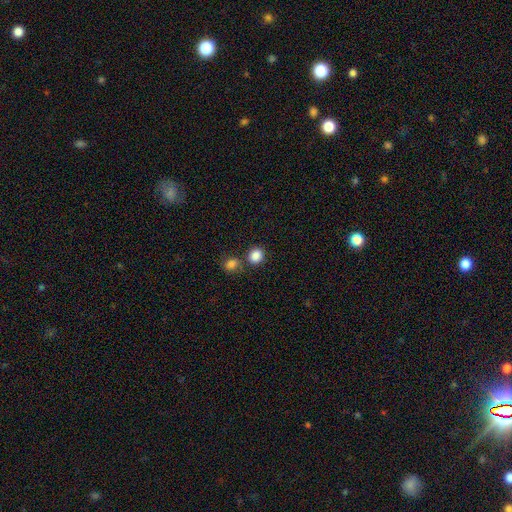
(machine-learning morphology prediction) smooth 86%, star or artifact 10%, featured or disk 4%. Down the decision tree: how rounded — round (69%); merging — none (66%).